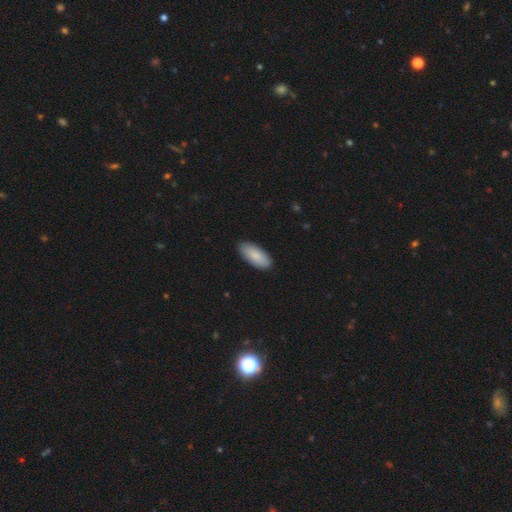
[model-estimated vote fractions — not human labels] Smooth or featured: smooth — 87% (featured or disk — 8%)
How rounded: in between — 86% (cigar-shaped — 12%)
Merging: none — 89% (minor disturbance — 9%)